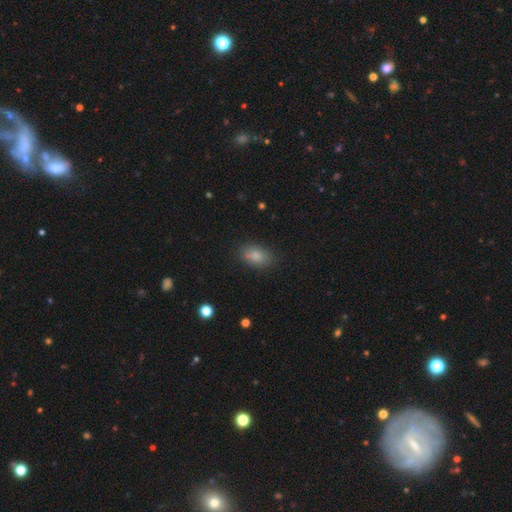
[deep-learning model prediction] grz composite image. It shows a smooth galaxy with no disk features (82%) that is in between round and cigar-shaped (87%). Merging: none (79%).